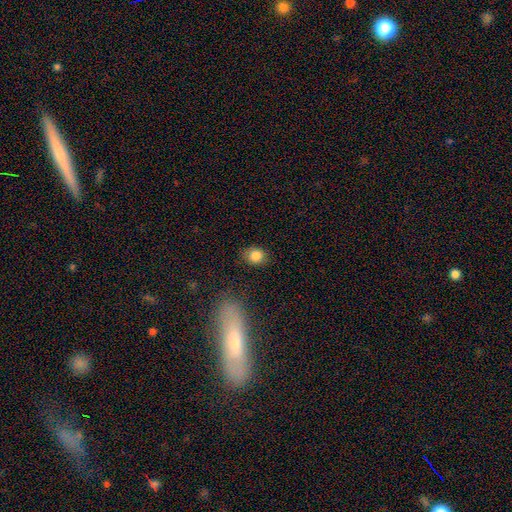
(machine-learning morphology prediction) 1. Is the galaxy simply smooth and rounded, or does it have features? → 84% smooth, 10% star or artifact, 6% featured or disk.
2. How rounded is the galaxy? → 62% round, 37% in between, 1% cigar-shaped.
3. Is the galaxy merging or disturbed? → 83% none, 12% minor disturbance, 3% major disturbance, 2% merger.